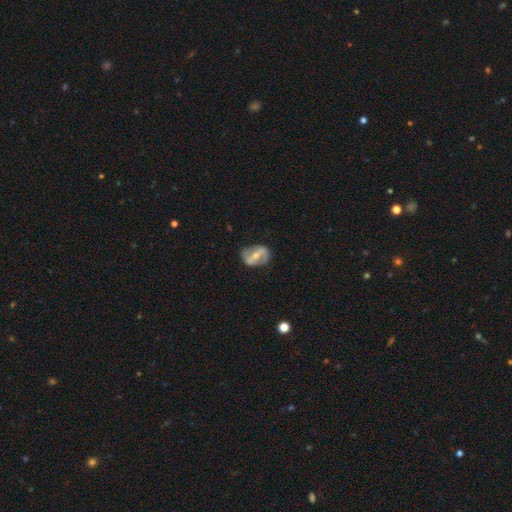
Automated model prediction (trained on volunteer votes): This is likely a featured or disk galaxy (67%). It is clearly not viewed edge-on (91%). Bar: likely strong (67%). Spiral arm pattern: possibly no (55%). Central bulge: possibly moderate (53%). Merging: likely none (75%).